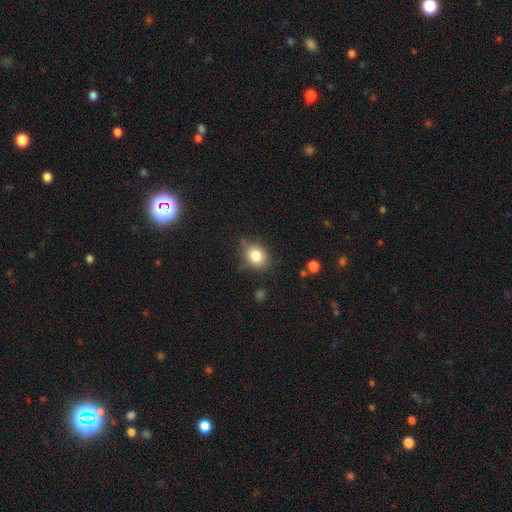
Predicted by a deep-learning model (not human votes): A smooth galaxy with no disk features (82%) that is round (51%).

Vote fractions:
- Smooth or featured? smooth: 82% / star or artifact: 10% / featured or disk: 8%
- How rounded? round: 51% / in between: 48% / cigar-shaped: 1%
- Merging? none: 75% / minor disturbance: 19% / major disturbance: 4% / merger: 3%